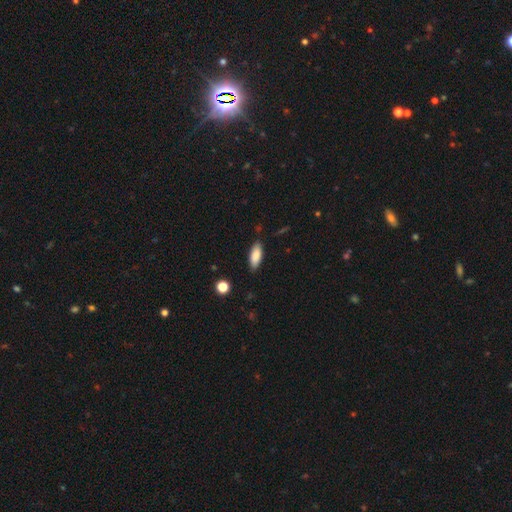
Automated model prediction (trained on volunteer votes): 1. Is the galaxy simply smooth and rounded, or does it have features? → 85% smooth, 8% featured or disk, 7% star or artifact.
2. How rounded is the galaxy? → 76% in between, 22% cigar-shaped, 2% round.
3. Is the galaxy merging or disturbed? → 85% none, 11% minor disturbance, 2% major disturbance, 1% merger.